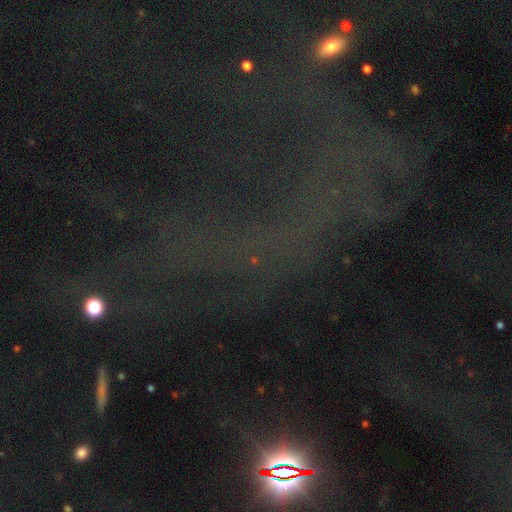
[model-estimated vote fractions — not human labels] The model was most divided on "smooth or featured": star or artifact: 65%, featured or disk: 20%, smooth: 16%.